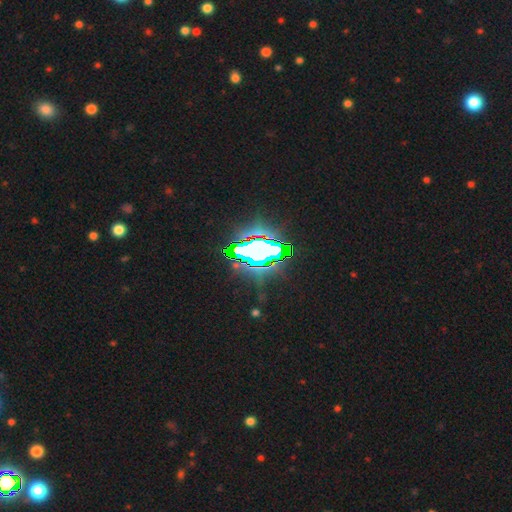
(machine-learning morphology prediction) type=star or artifact (75%).